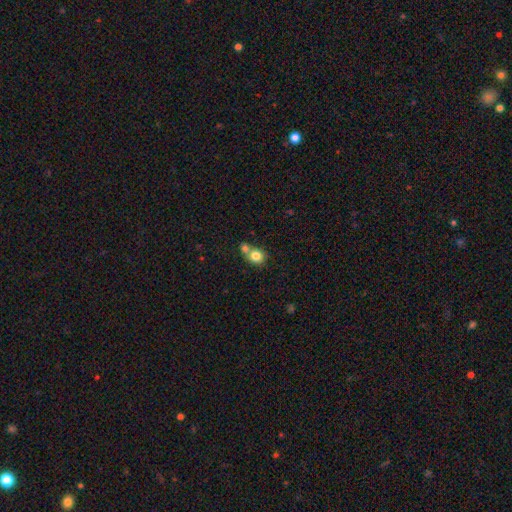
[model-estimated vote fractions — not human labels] Smooth or featured: smooth — 81% (star or artifact — 9%)
How rounded: round — 79% (in between — 20%)
Merging: none — 45% (merger — 43%)